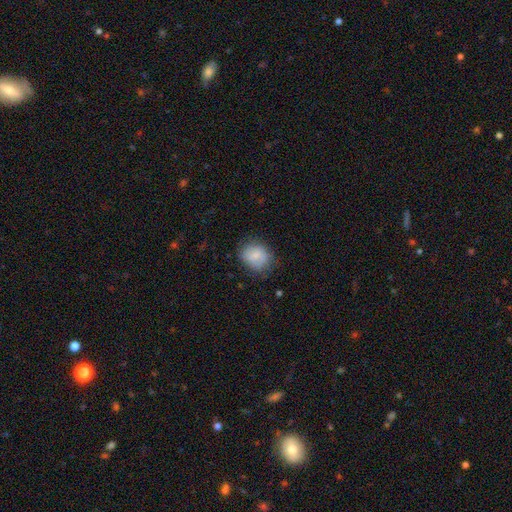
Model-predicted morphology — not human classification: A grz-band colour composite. It shows a smooth galaxy with no disk features (78%) that is round (65%). Merging: none (70%).